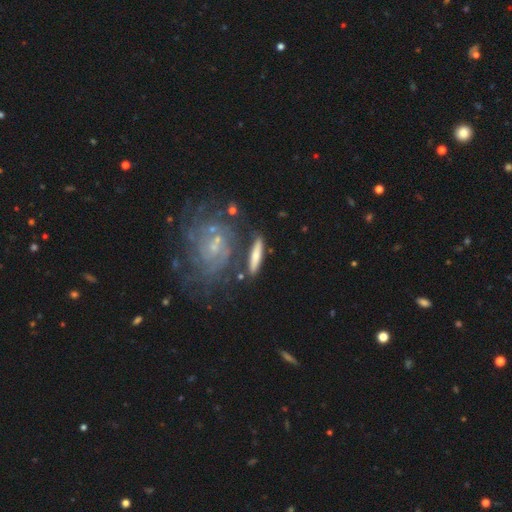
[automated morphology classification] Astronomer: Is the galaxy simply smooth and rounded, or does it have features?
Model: smooth — 52% (runner-up: featured or disk, 42%).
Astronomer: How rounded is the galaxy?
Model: cigar-shaped — 80%.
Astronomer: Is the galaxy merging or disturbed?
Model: none — 74%.